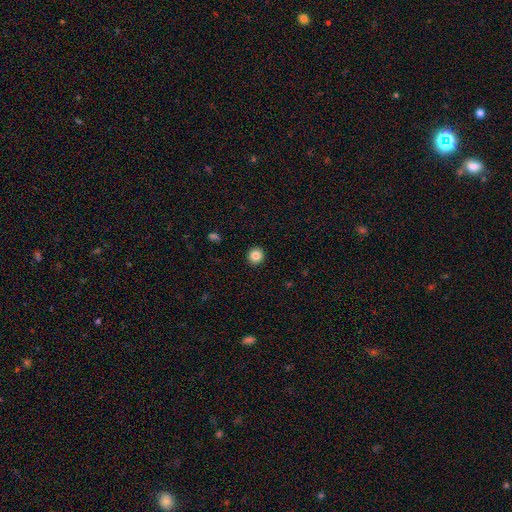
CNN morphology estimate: A smooth galaxy with no disk features (85%) that is round (91%).

Vote fractions:
- Smooth or featured? smooth: 85% / star or artifact: 10% / featured or disk: 4%
- How rounded? round: 91% / in between: 8% / cigar-shaped: 1%
- Merging? none: 93% / minor disturbance: 5% / major disturbance: 2% / merger: 1%